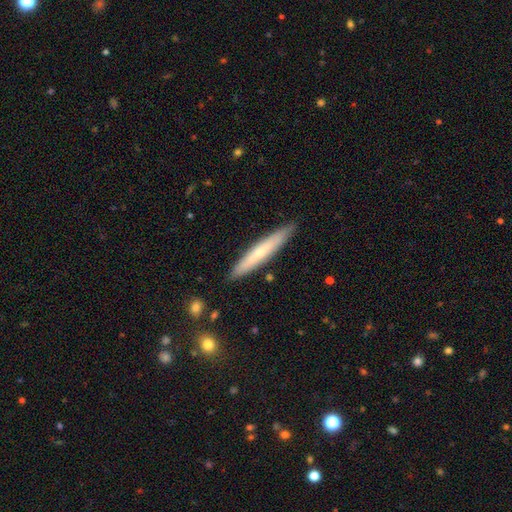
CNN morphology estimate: smooth 57%, featured or disk 36%, star or artifact 7%. Down the decision tree: how rounded — cigar-shaped (94%); merging — none (89%).